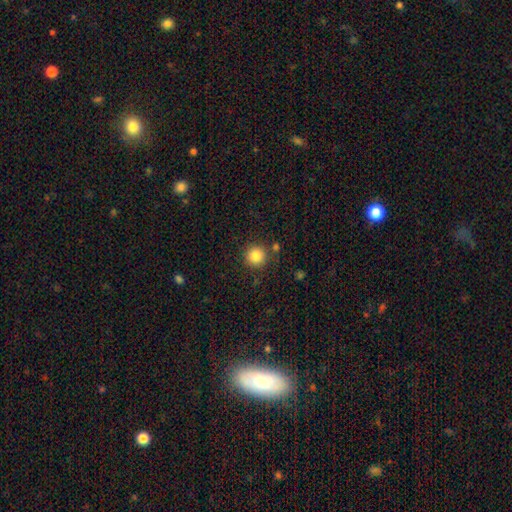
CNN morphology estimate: This appears to be a smooth galaxy with no disk features (85%) that is round (94%). Merging: none (84%).